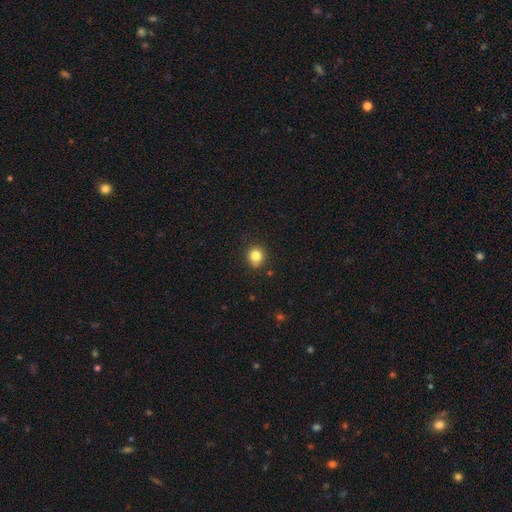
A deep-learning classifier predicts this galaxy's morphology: Q: Smooth or featured?
A: smooth (83%); runner-up: star or artifact (11%)
Q: How rounded?
A: round (83%); runner-up: in between (16%)
Q: Merging?
A: none (83%); runner-up: minor disturbance (12%)